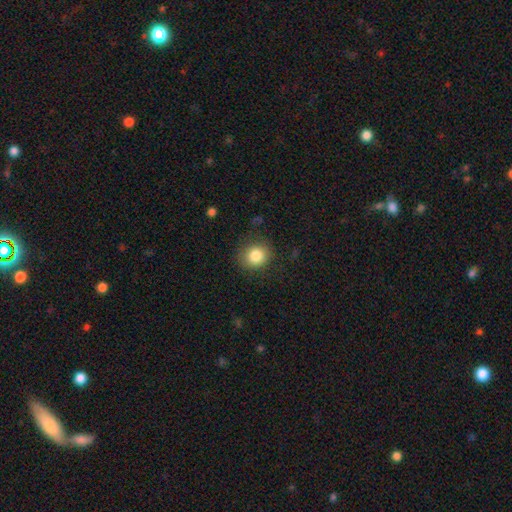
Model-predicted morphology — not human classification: Smooth or featured? Predicted: smooth (p=0.84). How rounded? Predicted: round (p=0.80). Merging? Predicted: none (p=0.83).